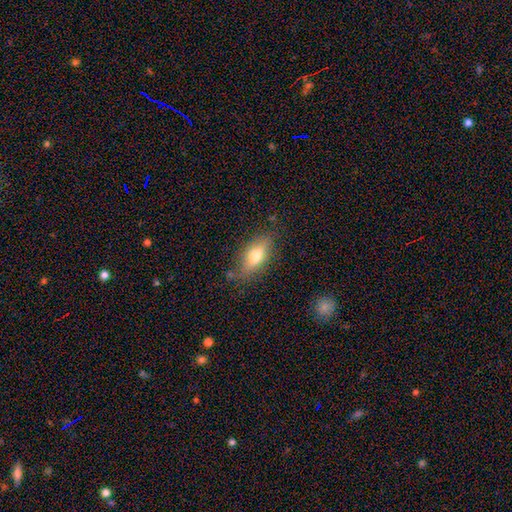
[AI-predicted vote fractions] Overall: smooth (59%; featured or disk 32%). How rounded: in between (73%). Merging: none (77%).